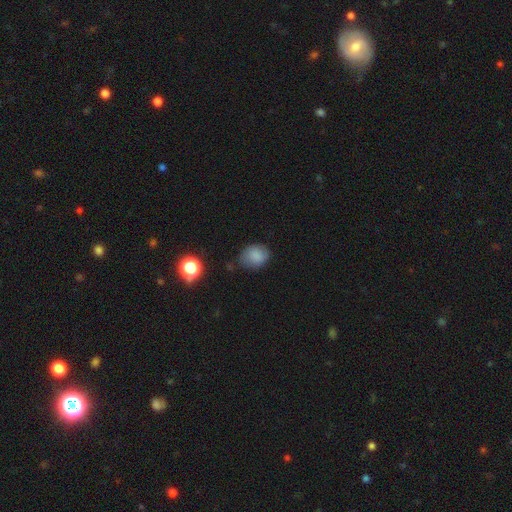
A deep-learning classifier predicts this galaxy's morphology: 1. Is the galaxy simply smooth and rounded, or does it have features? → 82% smooth, 11% star or artifact, 7% featured or disk.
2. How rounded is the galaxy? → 51% in between, 47% round, 1% cigar-shaped.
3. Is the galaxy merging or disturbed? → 67% none, 25% minor disturbance, 6% major disturbance, 3% merger.